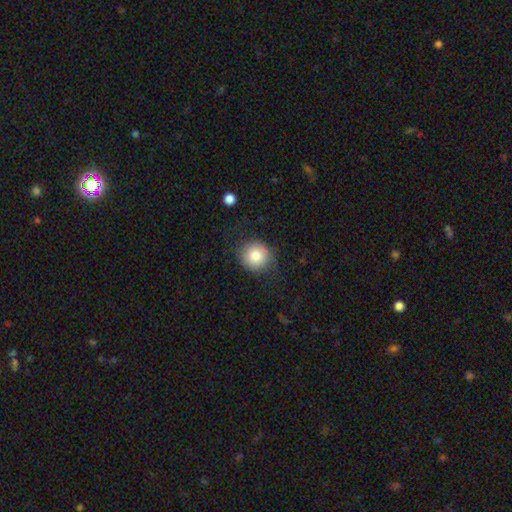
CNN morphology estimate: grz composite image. It shows a smooth galaxy with no disk features (80%) that is round (89%). Merging: none (74%).